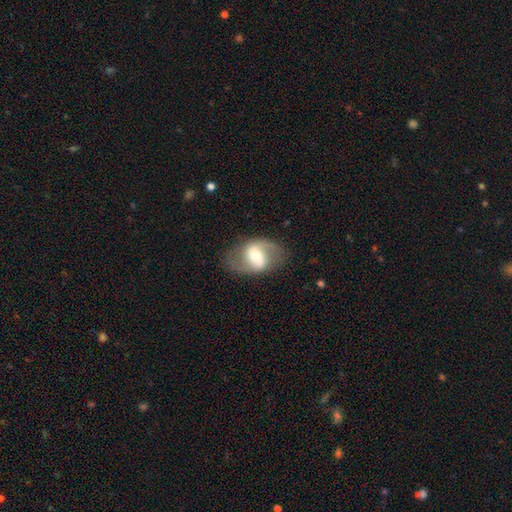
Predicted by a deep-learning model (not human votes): Smooth or featured: featured or disk — 74% (smooth — 19%)
Edge-on disk: no — 96% (yes — 4%)
Bar: weak — 43% (strong — 36%)
Spiral arms: yes — 84% (no — 16%)
Spiral winding: loose — 48% (medium — 41%)
Spiral arm count: 2 — 89% (can't tell — 5%)
Bulge size: moderate — 57% (small — 31%)
Merging: none — 77% (minor disturbance — 14%)